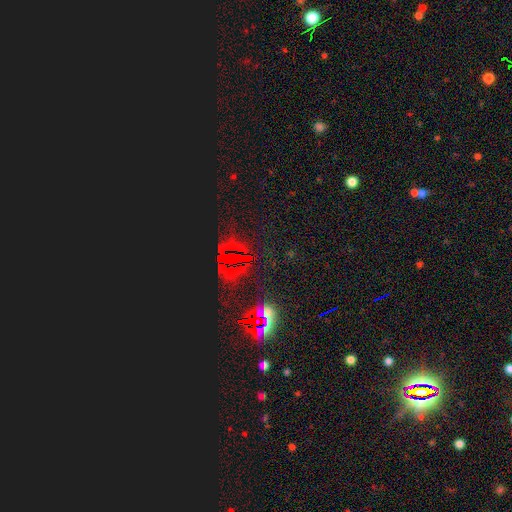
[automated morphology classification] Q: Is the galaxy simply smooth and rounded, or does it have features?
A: star or artifact — 79%.